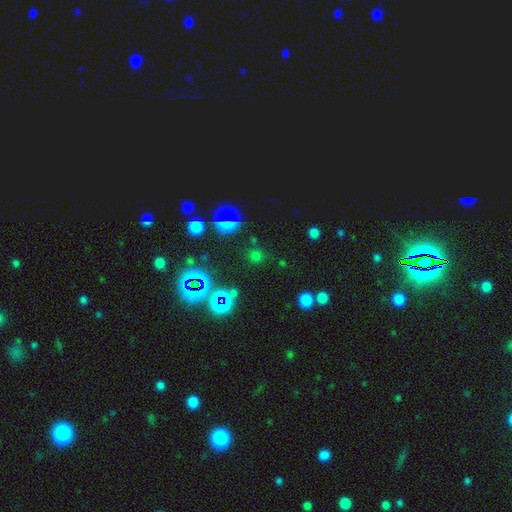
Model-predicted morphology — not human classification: Smooth or featured: smooth — 48% (star or artifact — 45%)
Merging: none — 80% (minor disturbance — 9%)